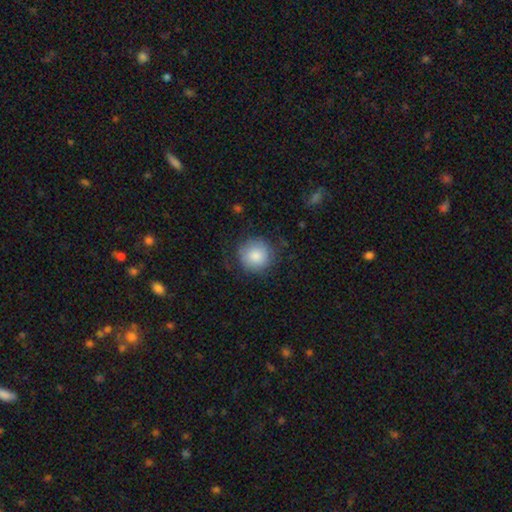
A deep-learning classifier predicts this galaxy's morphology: A smooth galaxy with no disk features (84%) that is round (94%).

Vote fractions:
- Smooth or featured? smooth: 84% / featured or disk: 8% / star or artifact: 7%
- How rounded? round: 94% / in between: 5% / cigar-shaped: 1%
- Merging? none: 79% / minor disturbance: 15% / major disturbance: 5% / merger: 1%